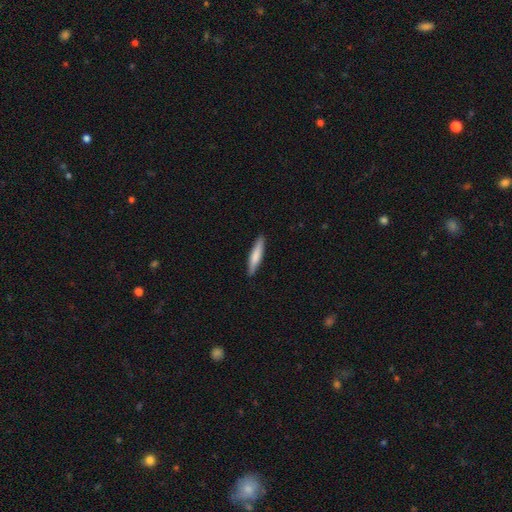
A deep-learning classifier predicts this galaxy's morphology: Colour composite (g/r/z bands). It shows a smooth galaxy with no disk features (72%) that is cigar-shaped (88%). Merging: none (90%).